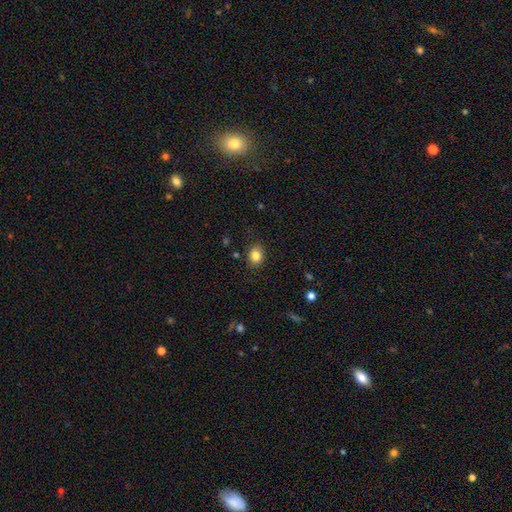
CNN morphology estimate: A smooth galaxy with no disk features (84%) that is round (51%). Merging: none (84%).